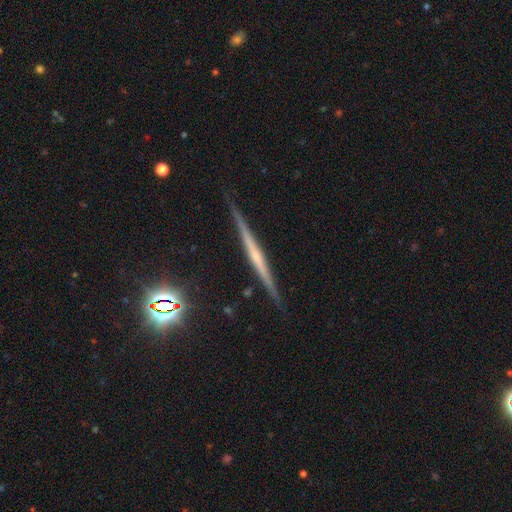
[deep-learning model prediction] A featured or disk galaxy (71%) viewed edge-on (98%) with no central bulge (60%). Merging: none (89%).